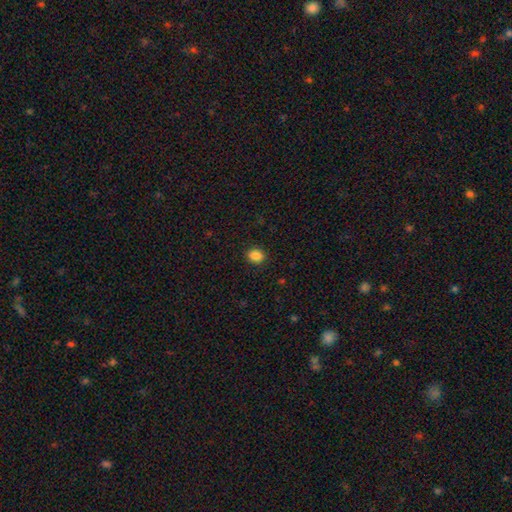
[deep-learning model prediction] Smooth or featured?
  - smooth: 86% *
  - star or artifact: 10%
  - featured or disk: 4%
How rounded?
  - round: 60% *
  - in between: 39%
  - cigar-shaped: 1%
Merging?
  - none: 90% *
  - minor disturbance: 7%
  - major disturbance: 2%
  - merger: 1%